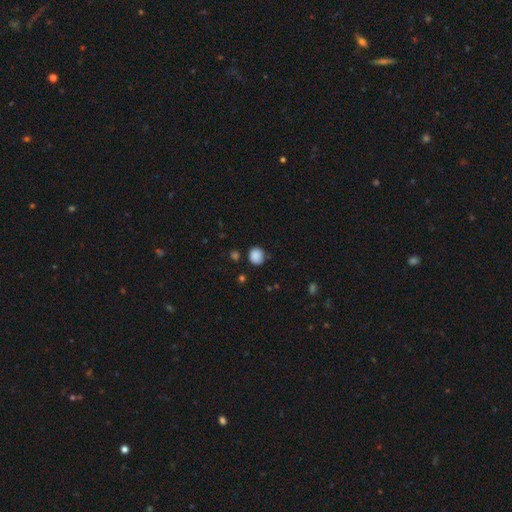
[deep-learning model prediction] Smooth or featured? smooth (87%)
How rounded? round (82%)
Merging? none (81%)